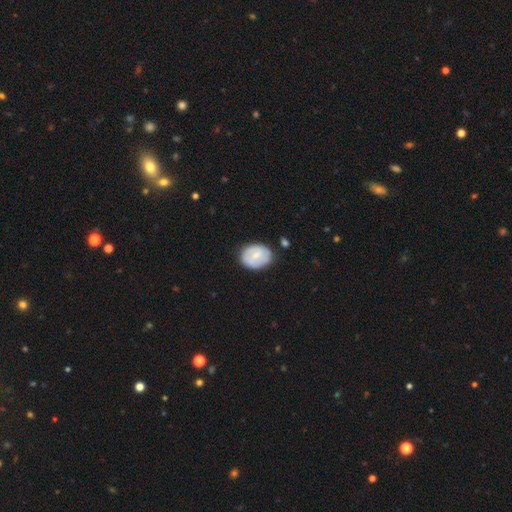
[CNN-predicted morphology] Smooth or featured: smooth — 55% (featured or disk — 39%)
How rounded: in between — 61% (round — 38%)
Merging: none — 73% (minor disturbance — 19%)